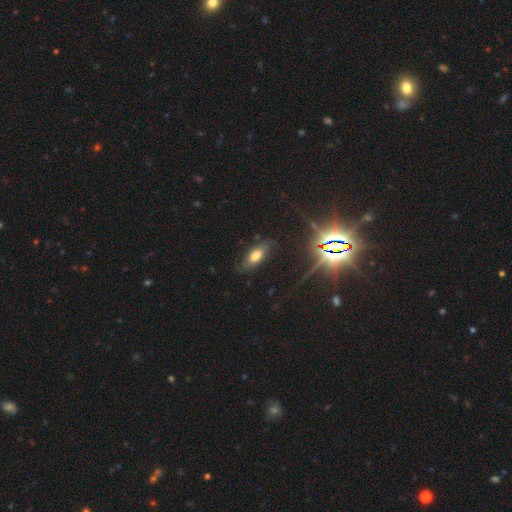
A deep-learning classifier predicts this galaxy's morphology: type=smooth (66%); roundness=in between (79%); merging=none (75%).